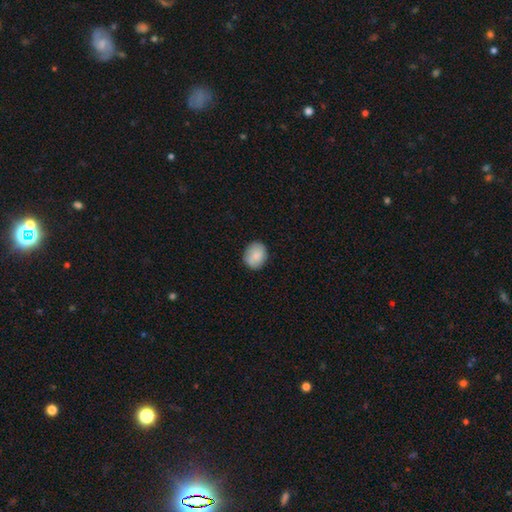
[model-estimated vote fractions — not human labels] This appears to be a smooth galaxy with no disk features (85%) that is round (62%). Merging: none (85%).